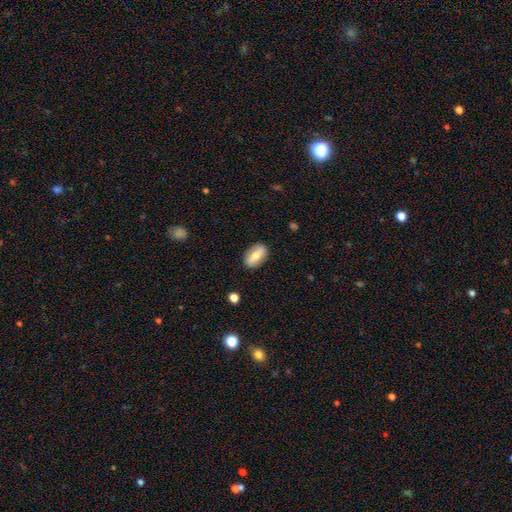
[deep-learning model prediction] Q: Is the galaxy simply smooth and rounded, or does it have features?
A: smooth — 55%.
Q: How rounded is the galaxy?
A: in between — 87%.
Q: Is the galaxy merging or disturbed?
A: none — 87%.